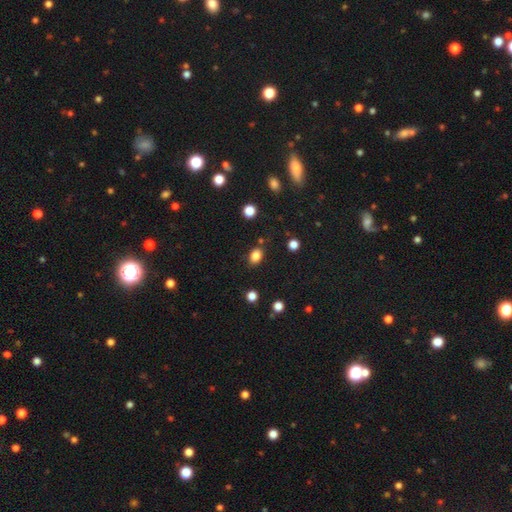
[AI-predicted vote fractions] smooth 84%, star or artifact 11%, featured or disk 5%. Down the decision tree: how rounded — in between (68%); merging — none (80%).